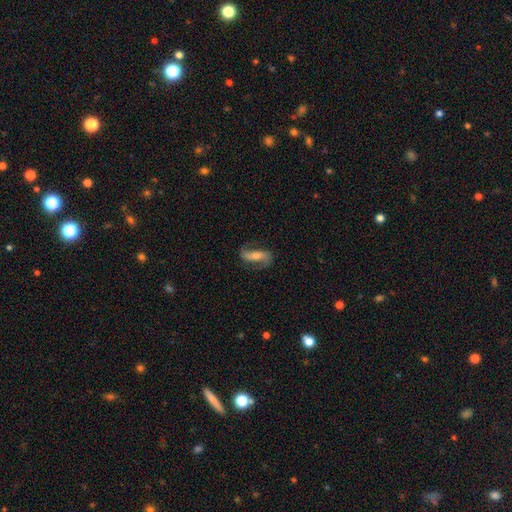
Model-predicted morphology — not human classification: Q: Smooth or featured?
A: featured or disk (78%); runner-up: smooth (16%)
Q: Edge-on disk?
A: no (92%); runner-up: yes (8%)
Q: Bar?
A: strong (41%); runner-up: no (30%)
Q: Spiral arms?
A: yes (93%); runner-up: no (7%)
Q: Spiral winding?
A: loose (55%); runner-up: medium (32%)
Q: Spiral arm count?
A: 2 (91%); runner-up: can't tell (3%)
Q: Bulge size?
A: moderate (49%); runner-up: small (41%)
Q: Merging?
A: none (77%); runner-up: minor disturbance (15%)